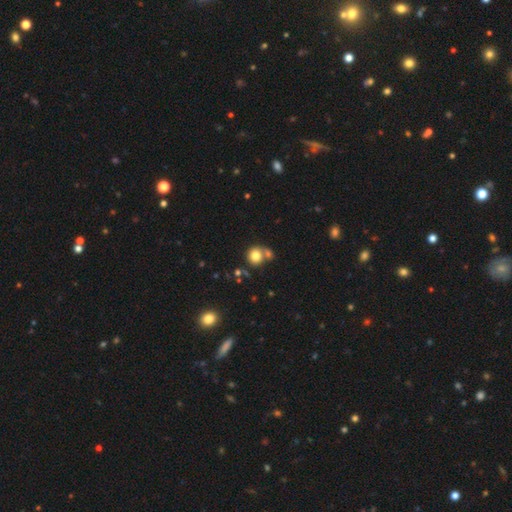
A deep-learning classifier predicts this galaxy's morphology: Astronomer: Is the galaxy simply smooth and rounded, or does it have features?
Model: smooth — 80%.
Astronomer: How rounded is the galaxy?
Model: round — 85%.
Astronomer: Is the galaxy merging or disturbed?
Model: none — 54% (runner-up: merger, 31%).